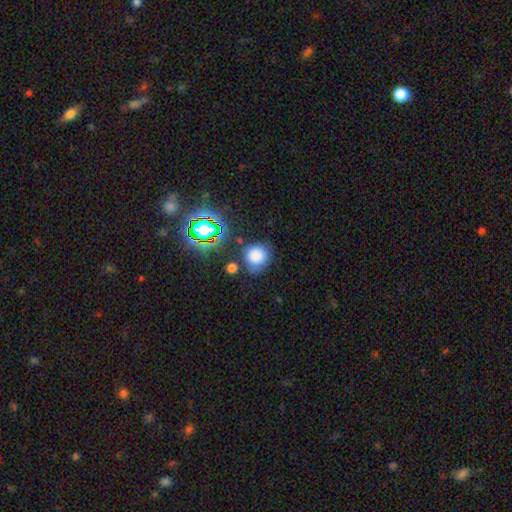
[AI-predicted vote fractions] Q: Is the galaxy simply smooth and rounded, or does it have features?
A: smooth — 77%.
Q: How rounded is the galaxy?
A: round — 84%.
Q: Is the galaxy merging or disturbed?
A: none — 69%.